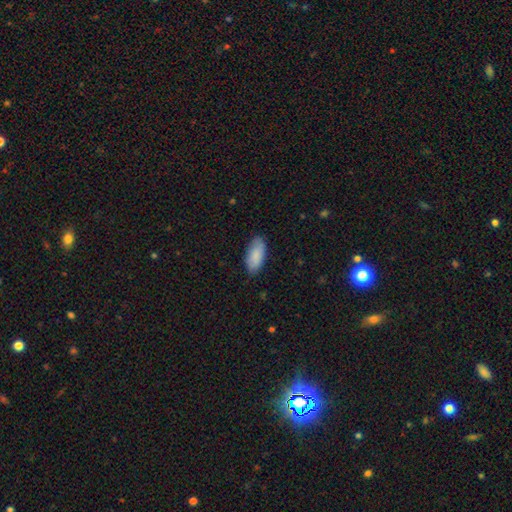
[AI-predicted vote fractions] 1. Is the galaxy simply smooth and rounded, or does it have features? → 87% smooth, 7% featured or disk, 6% star or artifact.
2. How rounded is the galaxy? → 89% in between, 9% cigar-shaped, 2% round.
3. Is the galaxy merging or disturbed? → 83% none, 13% minor disturbance, 3% major disturbance, 1% merger.